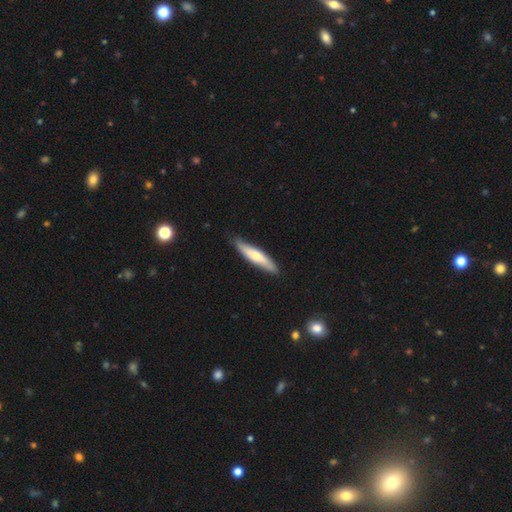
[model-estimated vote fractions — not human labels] Q: Smooth or featured?
A: smooth (60%); runner-up: featured or disk (35%)
Q: How rounded?
A: cigar-shaped (84%); runner-up: in between (14%)
Q: Merging?
A: none (83%); runner-up: minor disturbance (14%)